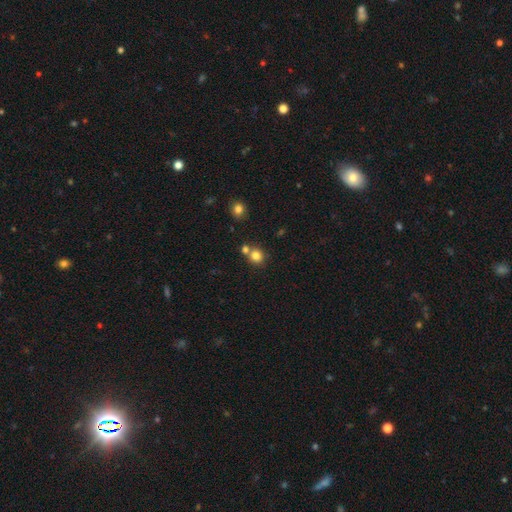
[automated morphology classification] type=smooth (81%); roundness=round (86%); merging=none (61%).